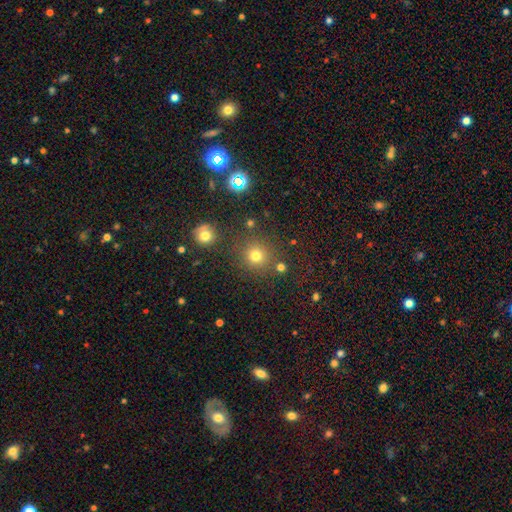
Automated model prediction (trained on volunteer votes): The model was most divided on "smooth or featured": smooth: 59%, star or artifact: 34%, featured or disk: 7%. More confident: how rounded — round (92%); merging — none (85%).